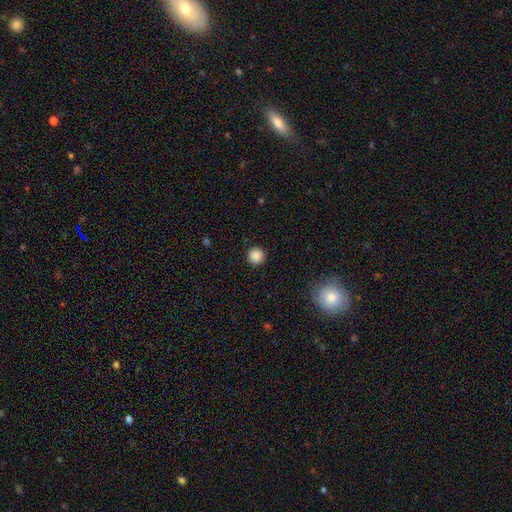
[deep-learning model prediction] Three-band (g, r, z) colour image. It shows a smooth galaxy with no disk features (87%) that is round (96%). Merging: none (92%).